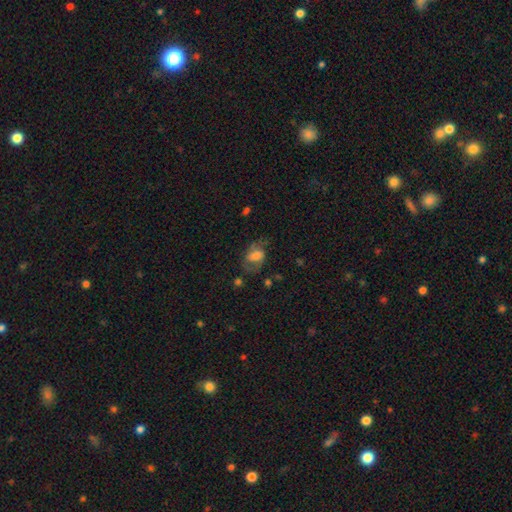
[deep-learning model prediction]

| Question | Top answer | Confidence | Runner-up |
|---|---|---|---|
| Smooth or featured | smooth | 46% | featured or disk (45%) |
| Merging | none | 53% | minor disturbance (23%) |